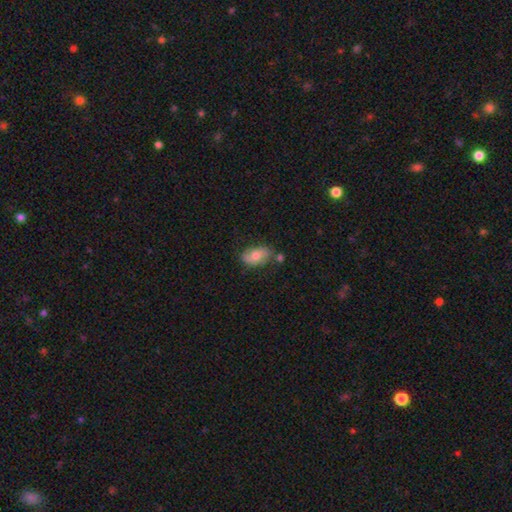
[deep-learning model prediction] smooth-or-featured: smooth: 64% | featured or disk: 29% | star or artifact: 8%
  how-rounded: in between: 89% | round: 8% | cigar-shaped: 3%
  merging: none: 63% | minor disturbance: 22% | merger: 10% | major disturbance: 5%